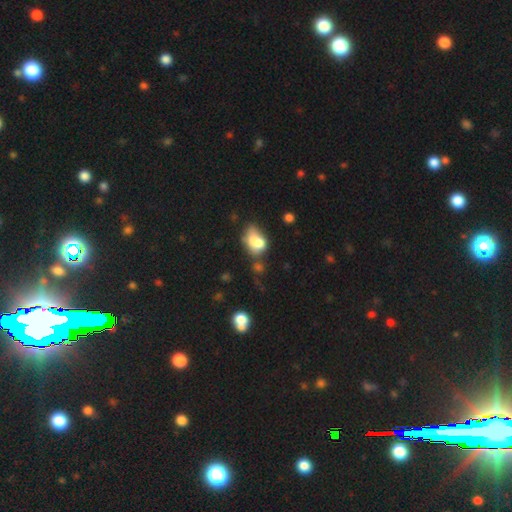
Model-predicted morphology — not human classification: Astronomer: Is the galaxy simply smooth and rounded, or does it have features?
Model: star or artifact — 51% (runner-up: smooth, 32%).